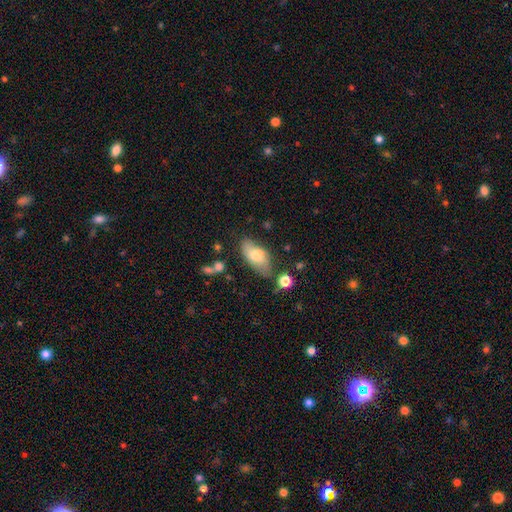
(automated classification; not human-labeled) Smooth or featured? Predicted: smooth (p=0.67). How rounded? Predicted: in between (p=0.88). Merging? Predicted: none (p=0.61).